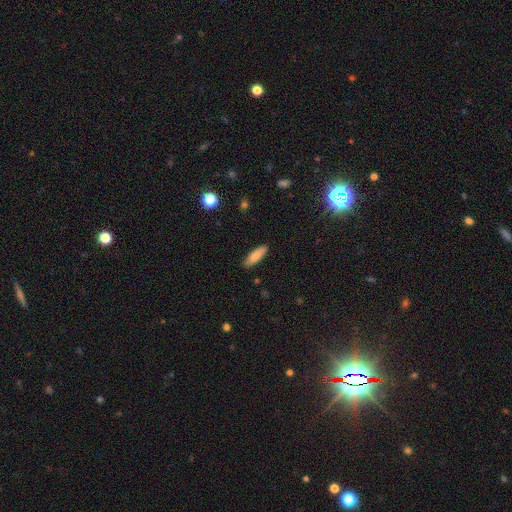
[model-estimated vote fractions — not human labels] smooth_or_featured: smooth (p=0.81) [alt: featured or disk p=0.12]
how_rounded: cigar-shaped (p=0.54) [alt: in between p=0.45]
merging: none (p=0.87) [alt: minor disturbance p=0.10]